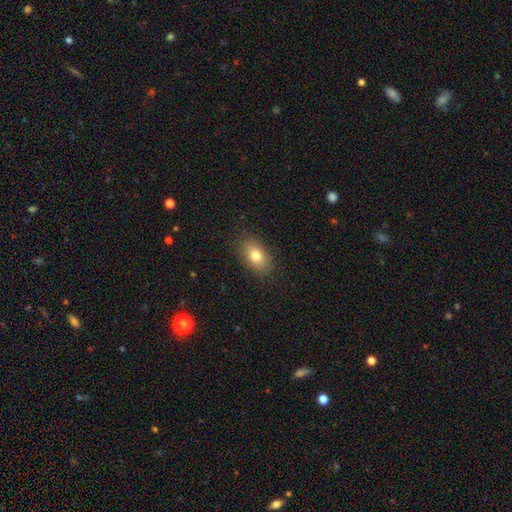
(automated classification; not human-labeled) This appears to be a smooth galaxy with no disk features (79%) that is in between round and cigar-shaped (86%). Merging: none (86%).